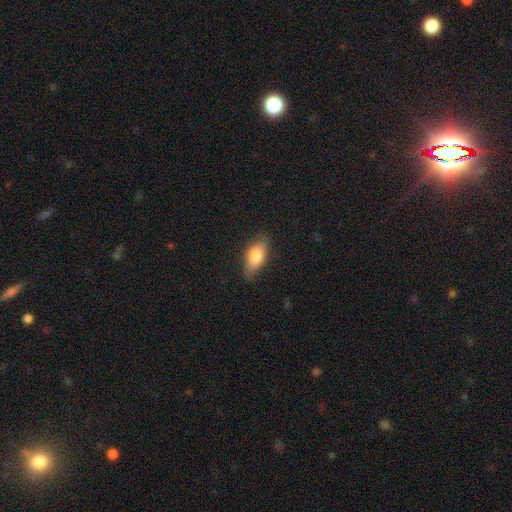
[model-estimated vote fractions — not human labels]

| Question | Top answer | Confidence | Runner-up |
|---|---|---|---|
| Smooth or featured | smooth | 80% | featured or disk (14%) |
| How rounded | in between | 87% | cigar-shaped (9%) |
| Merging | none | 78% | minor disturbance (18%) |